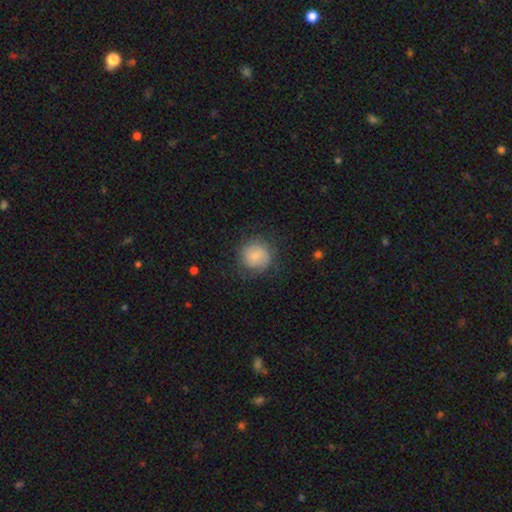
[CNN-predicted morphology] smooth 68%, featured or disk 24%, star or artifact 8%. Down the decision tree: how rounded — round (90%); merging — none (74%).